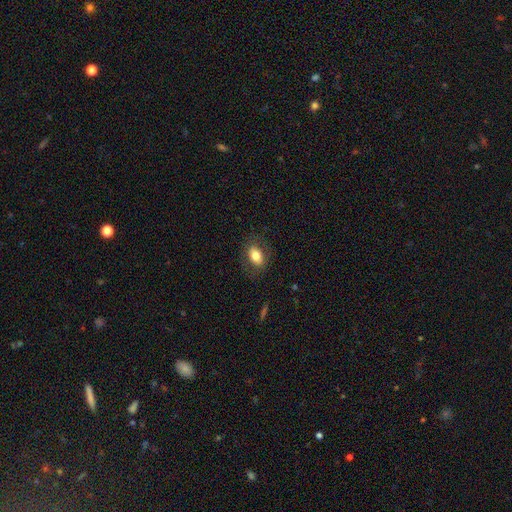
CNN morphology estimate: Smooth or featured? Predicted: smooth (p=0.77). How rounded? Predicted: in between (p=0.83). Merging? Predicted: none (p=0.80).